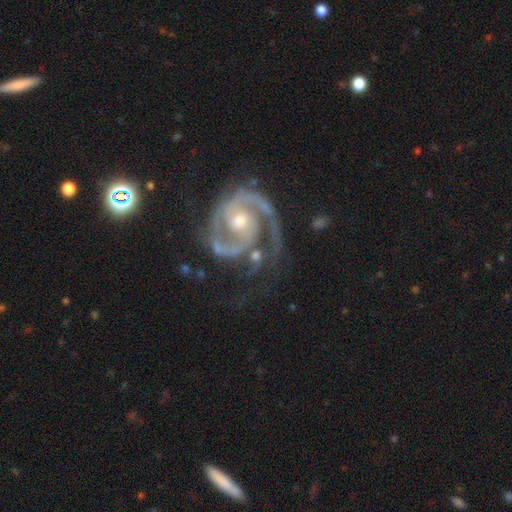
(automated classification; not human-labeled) featured or disk 92%, star or artifact 4%, smooth 3%. Down the decision tree: edge-on disk — no (98%); bar — no (58%); spiral arms — yes (98%); spiral arm count — 2 (77%); spiral winding — tight (47%); bulge size — moderate (67%); merging — none (58%).